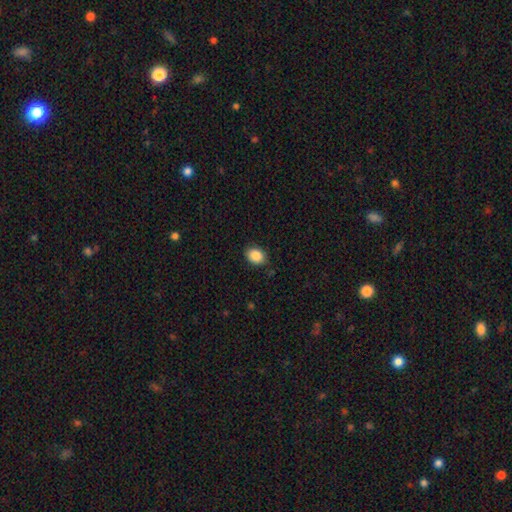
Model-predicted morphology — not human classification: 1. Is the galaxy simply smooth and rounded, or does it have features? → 87% smooth, 9% star or artifact, 4% featured or disk.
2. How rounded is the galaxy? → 64% in between, 35% round, 1% cigar-shaped.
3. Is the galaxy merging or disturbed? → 87% none, 10% minor disturbance, 2% major disturbance, 1% merger.